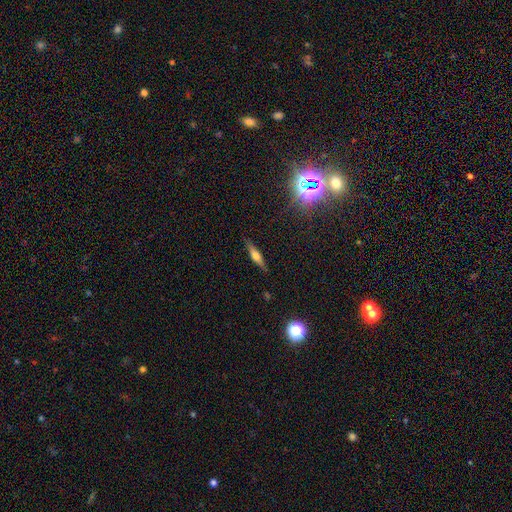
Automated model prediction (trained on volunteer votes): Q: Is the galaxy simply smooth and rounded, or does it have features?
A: featured or disk — 56%.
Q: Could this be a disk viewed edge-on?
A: yes — 95%.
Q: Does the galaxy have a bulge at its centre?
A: rounded — 86%.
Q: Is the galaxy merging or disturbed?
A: none — 88%.